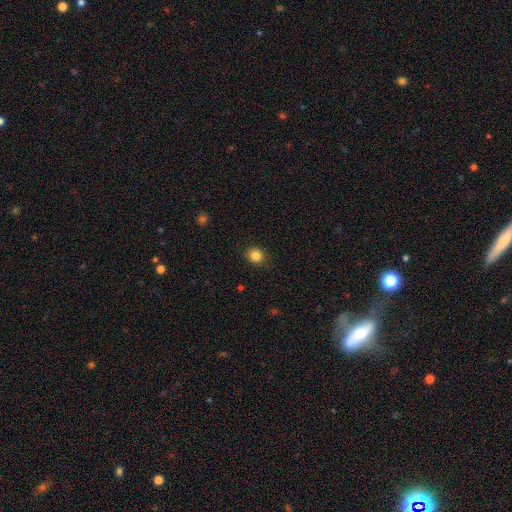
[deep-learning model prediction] The model was most divided on "how rounded": round: 80%, in between: 20%, cigar-shaped: 1%. More confident: merging — none (89%); smooth or featured — smooth (84%).